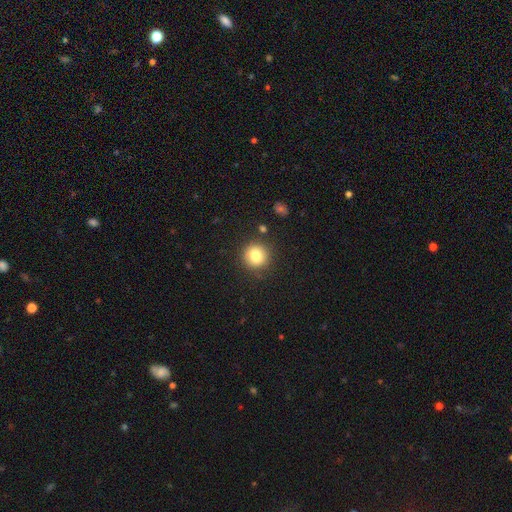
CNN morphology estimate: smooth 81%, star or artifact 11%, featured or disk 8%. Down the decision tree: how rounded — round (92%); merging — none (85%).